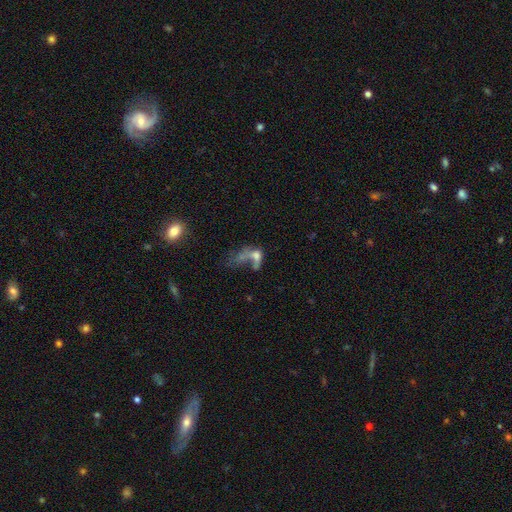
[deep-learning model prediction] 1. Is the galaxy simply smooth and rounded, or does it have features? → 46% smooth, 38% featured or disk, 16% star or artifact.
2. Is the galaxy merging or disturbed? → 39% major disturbance, 37% merger, 15% none, 9% minor disturbance.